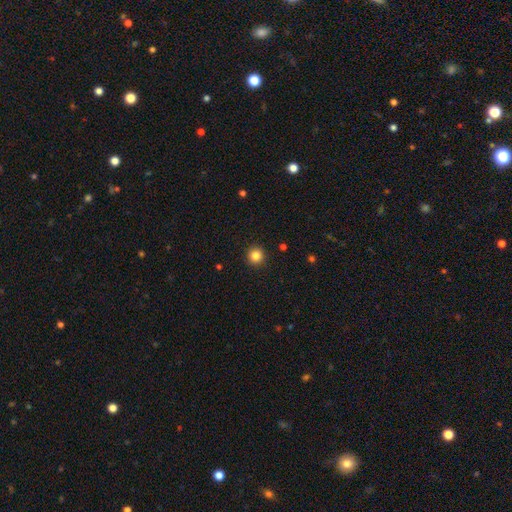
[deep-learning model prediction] This appears to be a smooth galaxy with no disk features (85%) that is round (95%). Merging: none (92%).